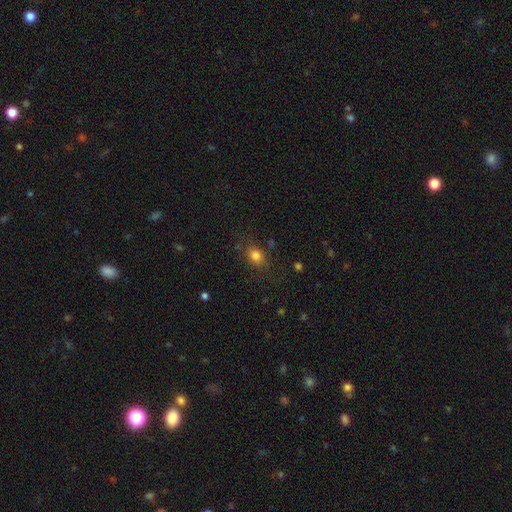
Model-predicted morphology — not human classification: This is clearly a smooth galaxy (81%). How rounded: possibly in between (58%). Merging: likely none (77%).